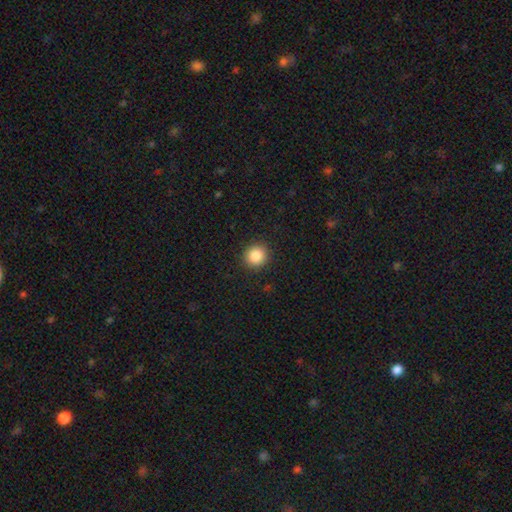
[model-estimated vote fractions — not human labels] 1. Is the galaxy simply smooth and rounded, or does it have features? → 86% smooth, 10% star or artifact, 4% featured or disk.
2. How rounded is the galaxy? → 90% round, 9% in between, 1% cigar-shaped.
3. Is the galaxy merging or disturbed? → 91% none, 6% minor disturbance, 2% major disturbance, 1% merger.